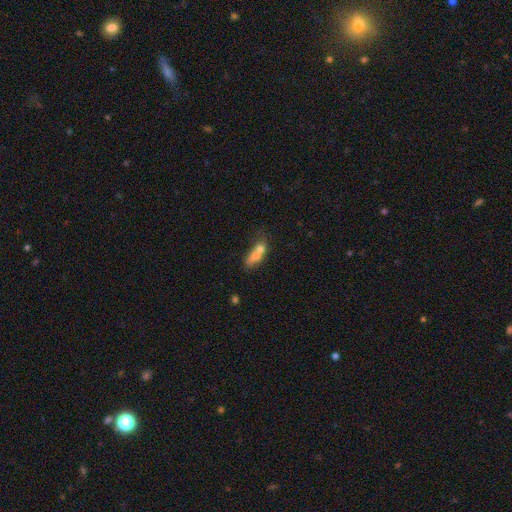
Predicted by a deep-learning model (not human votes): Q: Smooth or featured?
A: smooth (64%); runner-up: featured or disk (26%)
Q: How rounded?
A: in between (60%); runner-up: round (24%)
Q: Merging?
A: merger (66%); runner-up: none (20%)